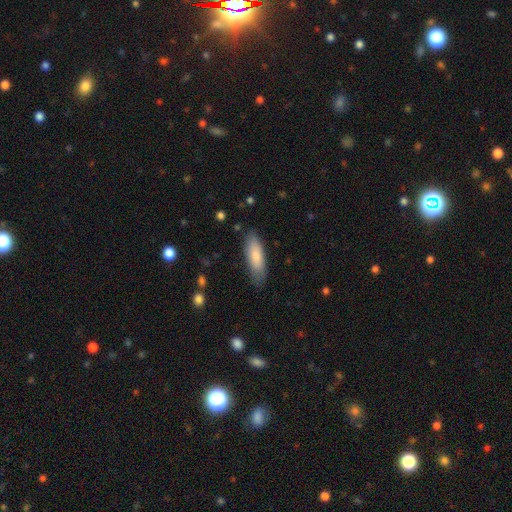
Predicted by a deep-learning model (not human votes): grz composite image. It shows a smooth galaxy with no disk features (82%) that is in between round and cigar-shaped (59%). Merging: none (78%).